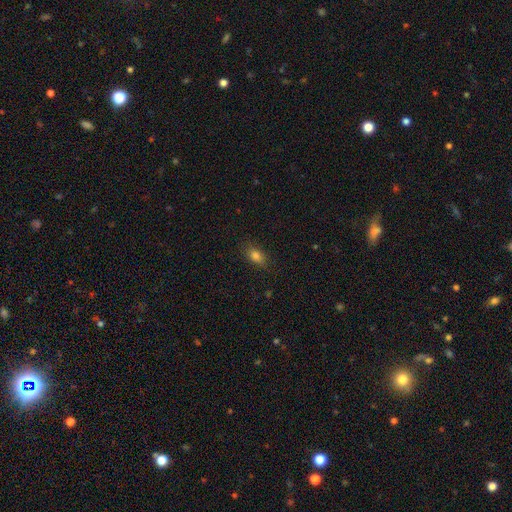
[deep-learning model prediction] Overall: smooth (83%). How rounded: in between (83%). Merging: none (83%).